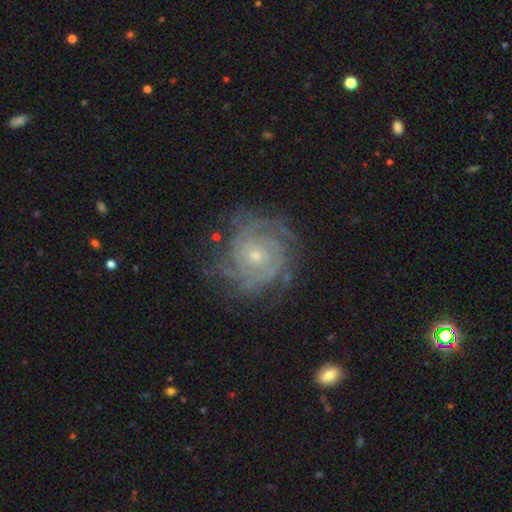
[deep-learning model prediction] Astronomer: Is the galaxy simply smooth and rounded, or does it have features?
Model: featured or disk — 87%.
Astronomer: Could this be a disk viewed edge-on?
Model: no — 98%.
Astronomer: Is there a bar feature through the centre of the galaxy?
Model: no — 80%.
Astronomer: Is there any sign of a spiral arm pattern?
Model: yes — 97%.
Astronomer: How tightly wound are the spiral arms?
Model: tight — 79%.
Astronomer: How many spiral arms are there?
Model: can't tell — 30% (runner-up: 3, 19%).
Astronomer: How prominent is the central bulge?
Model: small — 75%.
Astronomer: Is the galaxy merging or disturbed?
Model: none — 76%.